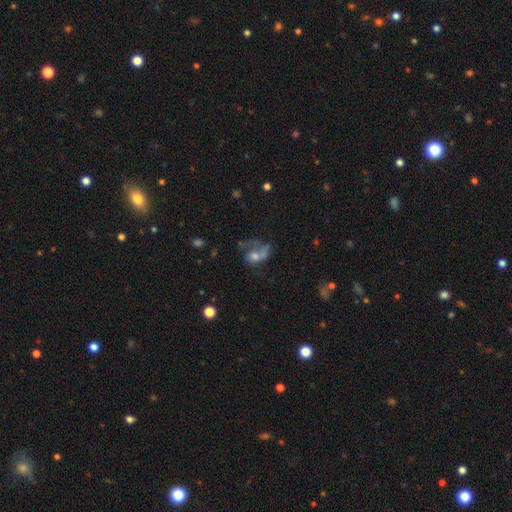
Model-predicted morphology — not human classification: Overall: smooth (44%; featured or disk 43%). Merging: major disturbance (48%; none 22%).